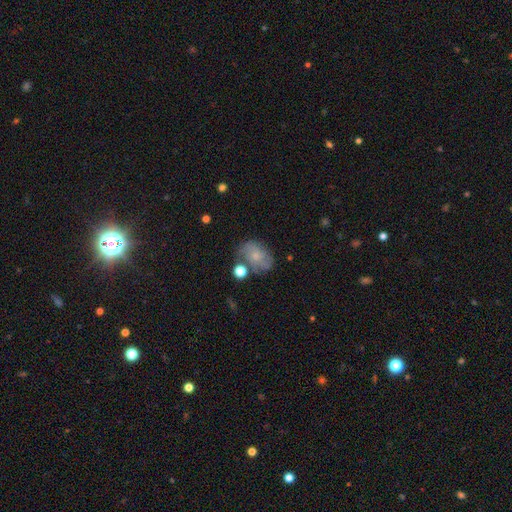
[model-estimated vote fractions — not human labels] Smooth or featured: smooth — 47% (featured or disk — 43%)
Merging: none — 53% (minor disturbance — 25%)